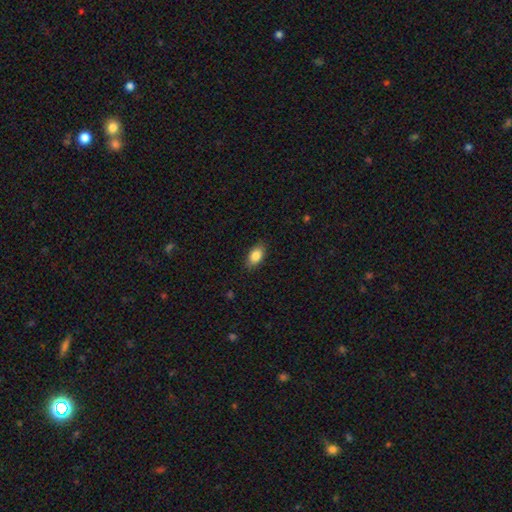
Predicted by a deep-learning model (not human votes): The model was most divided on "merging": none: 86%, minor disturbance: 11%, major disturbance: 2%, merger: 1%. More confident: how rounded — in between (89%); smooth or featured — smooth (86%).